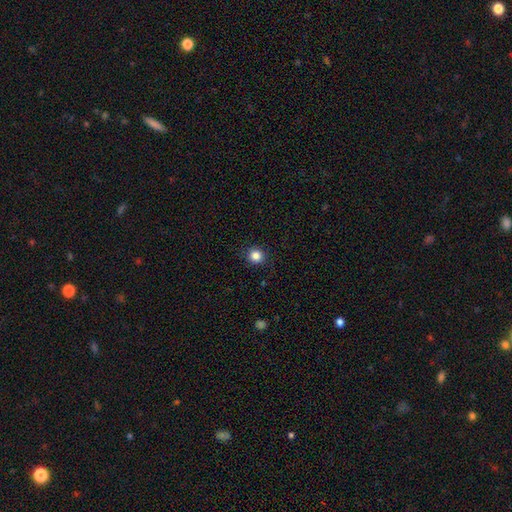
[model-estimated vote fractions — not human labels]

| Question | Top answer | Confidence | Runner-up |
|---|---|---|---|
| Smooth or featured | smooth | 85% | star or artifact (11%) |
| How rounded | round | 93% | in between (6%) |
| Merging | none | 91% | minor disturbance (6%) |